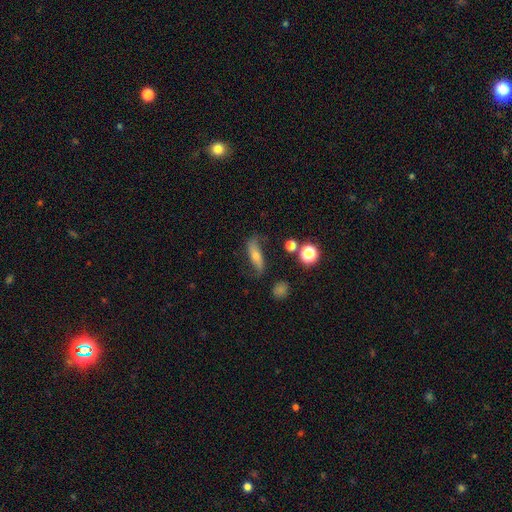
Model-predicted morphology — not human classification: smooth-or-featured: featured or disk: 53% | smooth: 36% | star or artifact: 11%
  disk-edge-on: no: 68% | yes: 32%
  merging: none: 68% | minor disturbance: 20% | major disturbance: 9% | merger: 3%